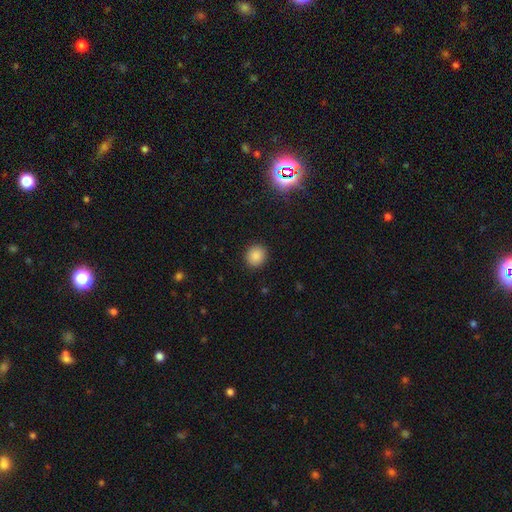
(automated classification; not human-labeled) Morphology: type=smooth (86%); roundness=round (81%); merging=none (91%).